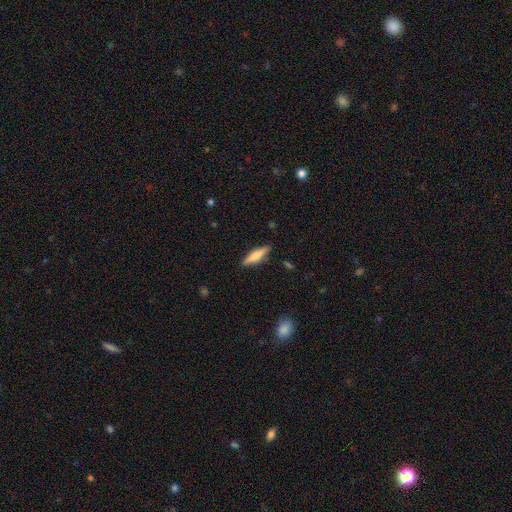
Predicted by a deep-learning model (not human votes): Q: Smooth or featured?
A: smooth (60%); runner-up: featured or disk (33%)
Q: How rounded?
A: cigar-shaped (69%); runner-up: in between (29%)
Q: Merging?
A: none (87%); runner-up: minor disturbance (9%)